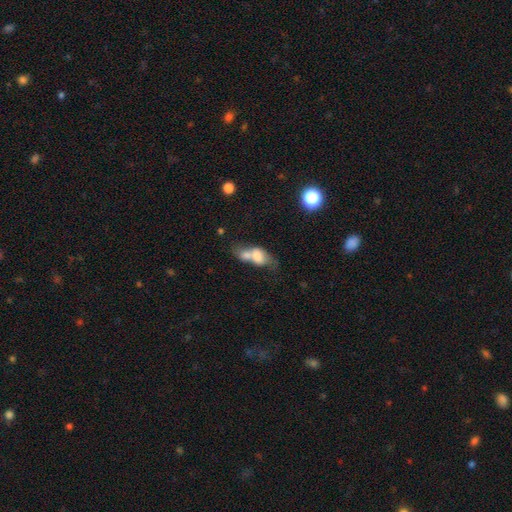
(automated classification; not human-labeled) The model was most divided on "smooth or featured": smooth: 64%, featured or disk: 27%, star or artifact: 10%. More confident: how rounded — in between (78%); merging — merger (65%).